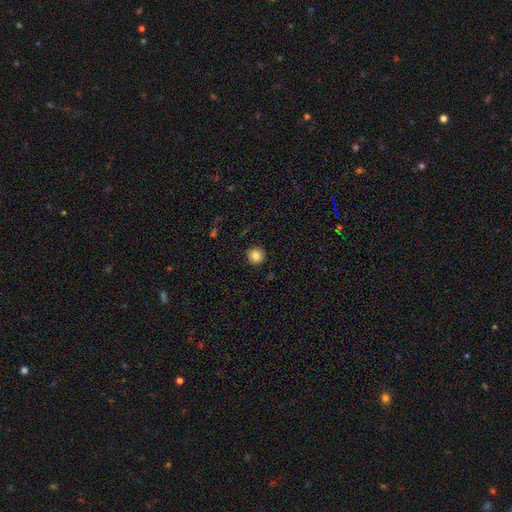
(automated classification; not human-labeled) A smooth galaxy with no disk features (85%) that is round (95%).

Vote fractions:
- Smooth or featured? smooth: 85% / star or artifact: 10% / featured or disk: 5%
- How rounded? round: 95% / in between: 4% / cigar-shaped: 1%
- Merging? none: 92% / minor disturbance: 5% / major disturbance: 2% / merger: 1%